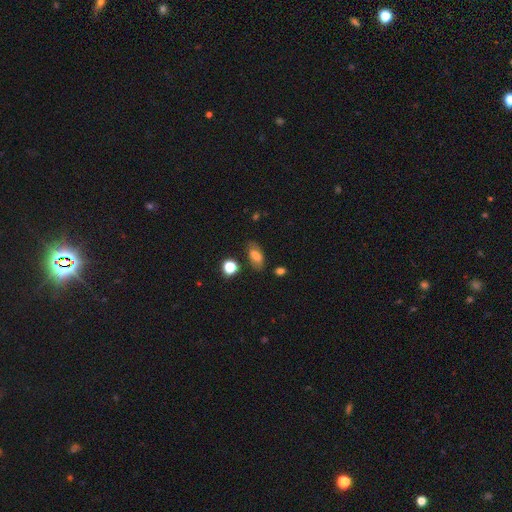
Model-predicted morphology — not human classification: smooth 70%, featured or disk 19%, star or artifact 11%. Down the decision tree: how rounded — in between (87%); merging — none (77%).